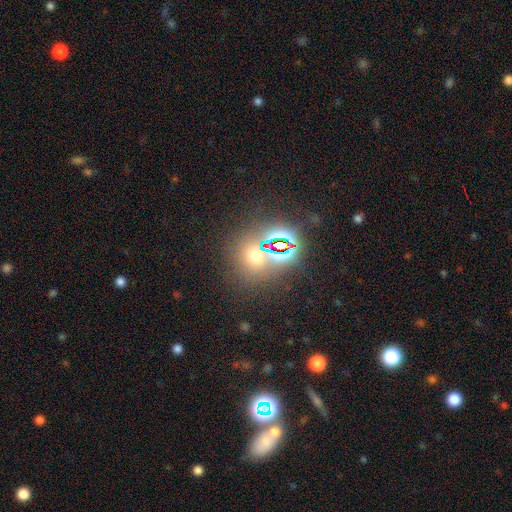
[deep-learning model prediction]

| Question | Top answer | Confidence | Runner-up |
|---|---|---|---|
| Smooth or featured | smooth | 47% | star or artifact (44%) |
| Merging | none | 71% | merger (15%) |